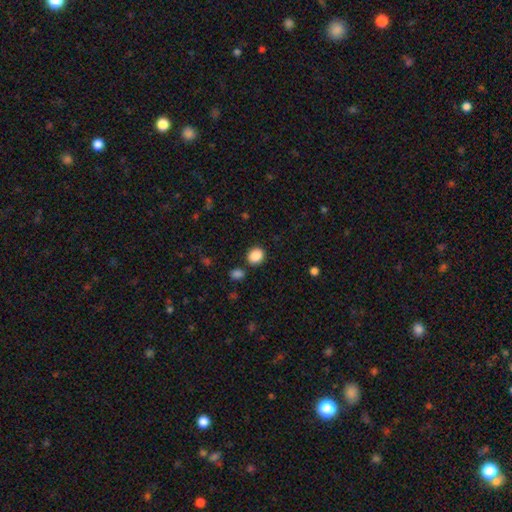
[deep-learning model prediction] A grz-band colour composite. It shows a smooth galaxy with no disk features (88%) that is round (63%). Merging: none (81%).